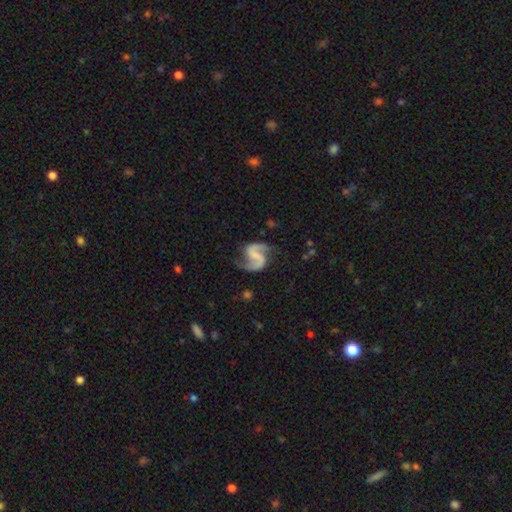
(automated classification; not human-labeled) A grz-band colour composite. It shows a featured or disk galaxy (92%) with a weak bar (42%), 2 (94%) medium (49%) spiral arms (98%) and no central bulge (59%). Merging: none (77%).